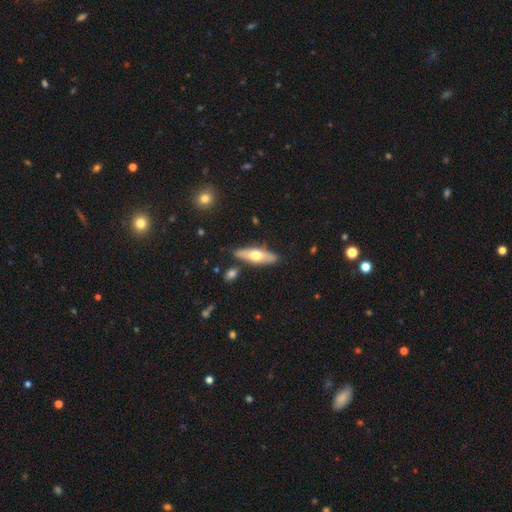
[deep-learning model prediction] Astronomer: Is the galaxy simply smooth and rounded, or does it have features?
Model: smooth — 48% (runner-up: featured or disk, 47%).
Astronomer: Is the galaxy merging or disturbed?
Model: none — 82%.